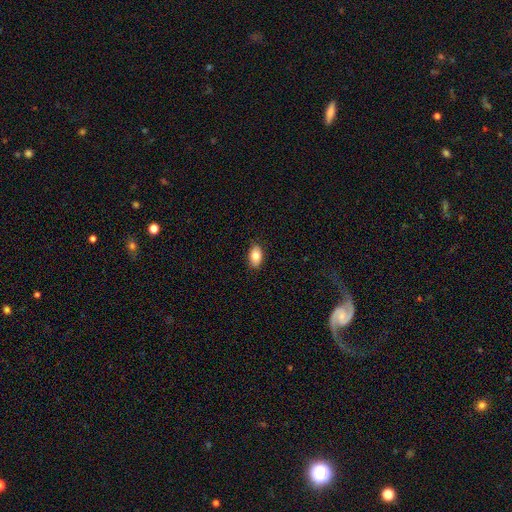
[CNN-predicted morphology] smooth-or-featured: smooth: 83% | featured or disk: 10% | star or artifact: 7%
  how-rounded: in between: 92% | round: 6% | cigar-shaped: 2%
  merging: none: 88% | minor disturbance: 9% | major disturbance: 2% | merger: 1%